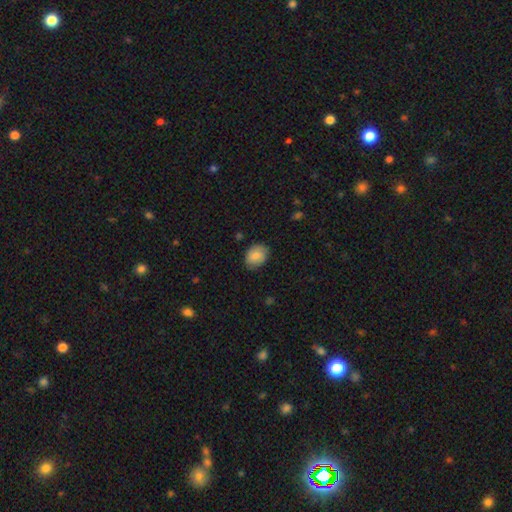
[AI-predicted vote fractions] A smooth galaxy with no disk features (82%) that is in between round and cigar-shaped (64%). Merging: none (80%).